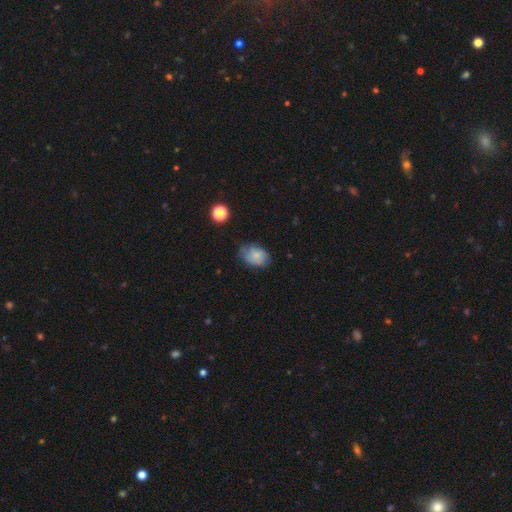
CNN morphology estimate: The model was most divided on "merging": none: 58%, minor disturbance: 32%, major disturbance: 8%, merger: 2%. More confident: how rounded — in between (80%); smooth or featured — smooth (74%).